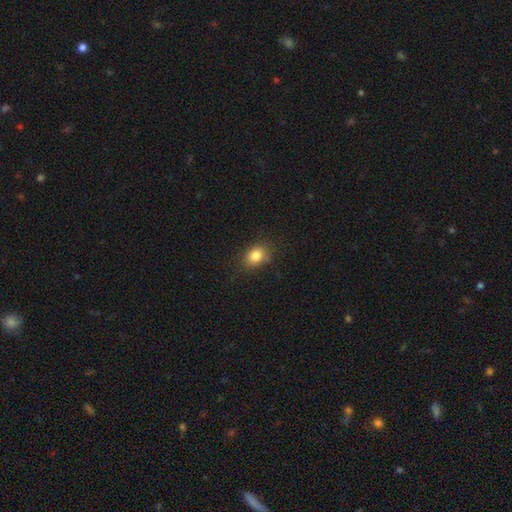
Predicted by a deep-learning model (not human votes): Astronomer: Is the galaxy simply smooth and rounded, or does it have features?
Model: smooth — 83%.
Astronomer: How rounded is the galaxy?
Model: in between — 64%.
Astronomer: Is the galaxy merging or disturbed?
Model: none — 77%.